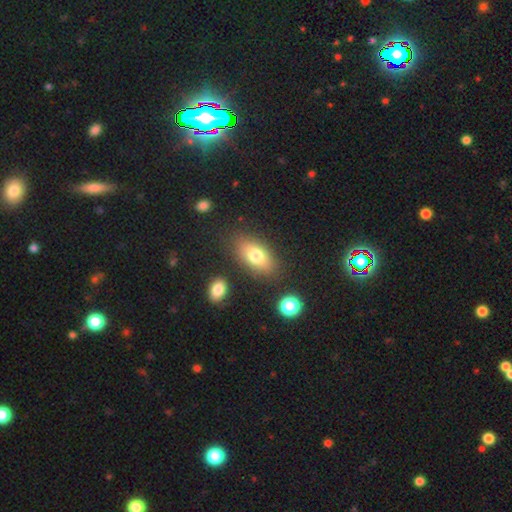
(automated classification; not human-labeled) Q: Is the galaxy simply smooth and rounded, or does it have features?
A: smooth — 76%.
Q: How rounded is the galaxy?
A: in between — 88%.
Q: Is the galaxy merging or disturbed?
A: none — 80%.